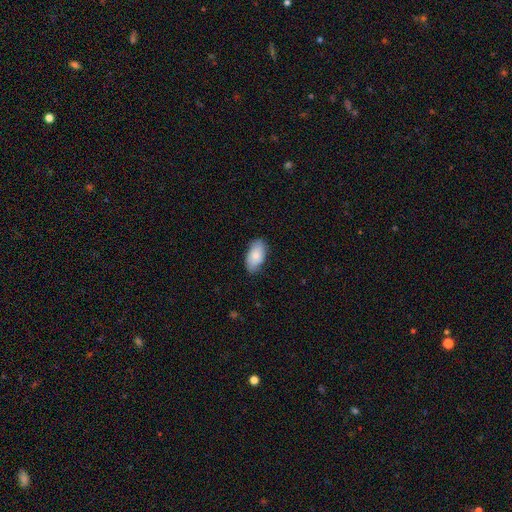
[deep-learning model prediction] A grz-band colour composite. It shows a smooth galaxy with no disk features (79%) that is in between round and cigar-shaped (94%). Merging: none (78%).